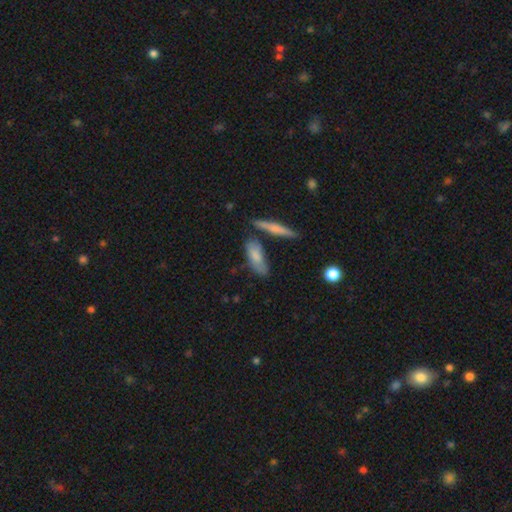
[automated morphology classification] Smooth or featured?
  - smooth: 70% *
  - featured or disk: 24%
  - star or artifact: 6%
How rounded?
  - in between: 60% *
  - cigar-shaped: 37%
  - round: 3%
Merging?
  - none: 62% *
  - minor disturbance: 20%
  - merger: 13%
  - major disturbance: 6%